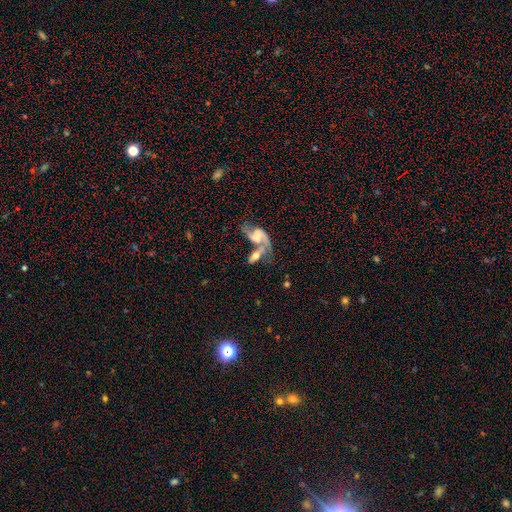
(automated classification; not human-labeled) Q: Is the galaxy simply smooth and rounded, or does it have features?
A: featured or disk — 60%.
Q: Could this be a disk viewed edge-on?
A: no — 88%.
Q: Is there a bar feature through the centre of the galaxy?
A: no — 52%.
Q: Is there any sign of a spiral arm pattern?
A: yes — 80%.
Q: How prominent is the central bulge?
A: moderate — 35%.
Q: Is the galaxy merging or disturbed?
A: merger — 60%.